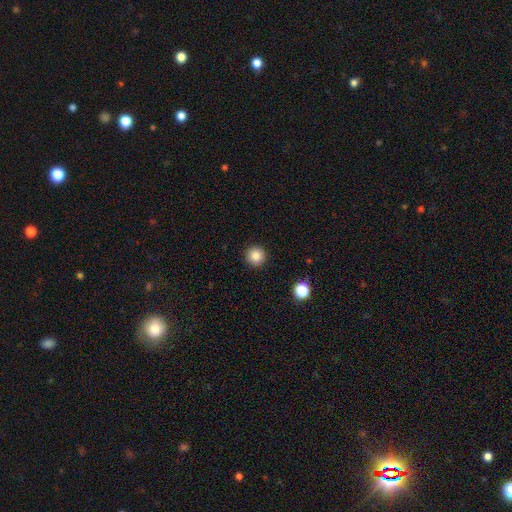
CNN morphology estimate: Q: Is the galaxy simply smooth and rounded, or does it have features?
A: smooth — 84%.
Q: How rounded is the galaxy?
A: round — 96%.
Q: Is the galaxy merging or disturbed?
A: none — 92%.